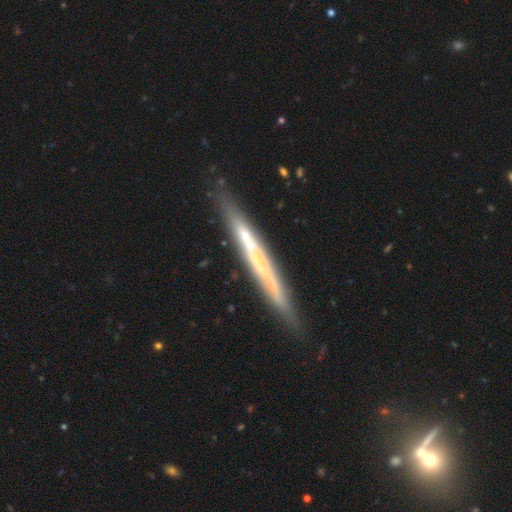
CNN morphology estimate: Smooth or featured? featured or disk (64%)
Edge-on disk? yes (93%)
Edge-on bulge? none (84%)
Merging? none (84%)